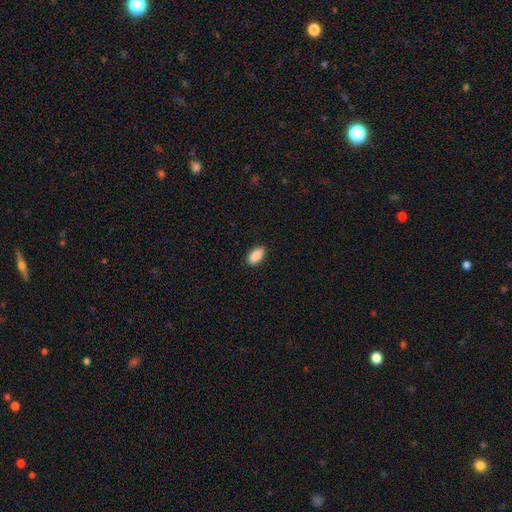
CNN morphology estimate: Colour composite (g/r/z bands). It shows a smooth galaxy with no disk features (90%) that is in between round and cigar-shaped (93%). Merging: none (88%).